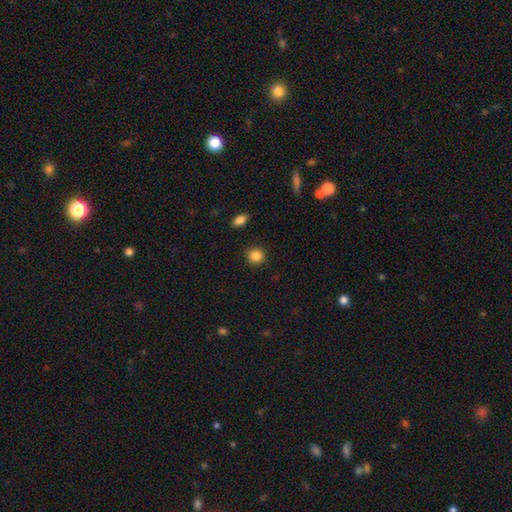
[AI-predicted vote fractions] Morphology: type=smooth (86%); roundness=round (89%); merging=none (91%).